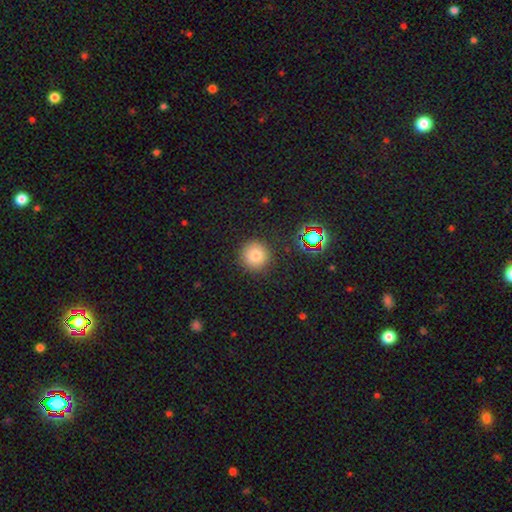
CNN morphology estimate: smooth 77%, star or artifact 15%, featured or disk 8%. Down the decision tree: how rounded — round (94%); merging — none (89%).